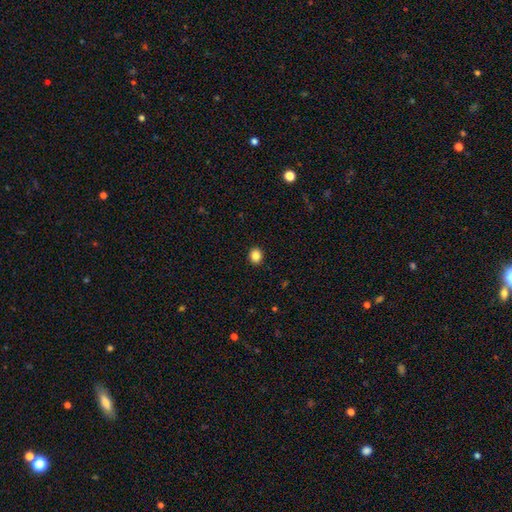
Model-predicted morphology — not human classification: Smooth or featured: smooth — 85% (star or artifact — 11%)
How rounded: round — 71% (in between — 28%)
Merging: none — 92% (minor disturbance — 5%)